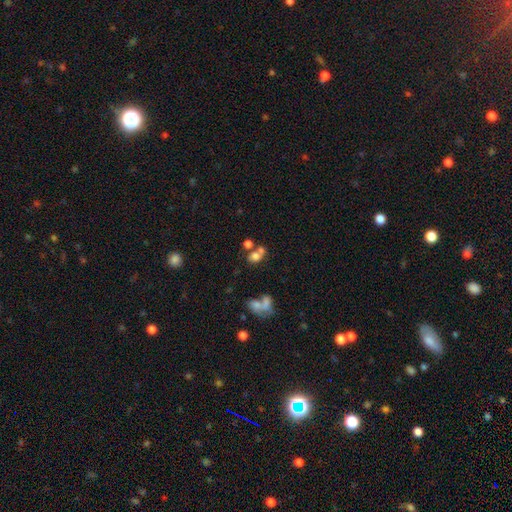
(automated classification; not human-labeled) Smooth or featured? smooth (71%)
How rounded? in between (57%)
Merging? merger (49%)